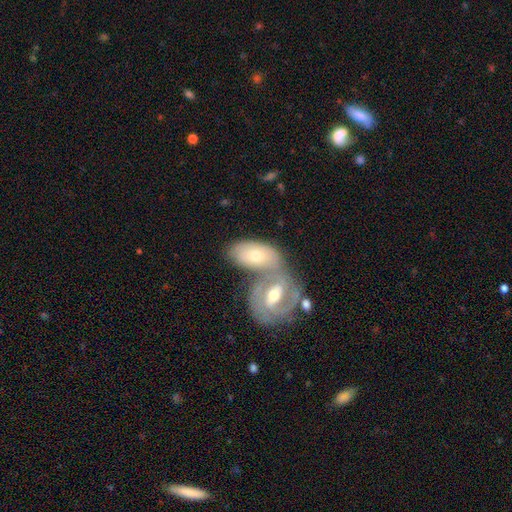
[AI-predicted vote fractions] A featured or disk galaxy (58%) with no bar (46%), spiral arms (71%) and a moderate central bulge (68%).

Vote fractions:
- Smooth or featured? featured or disk: 58% / smooth: 36% / star or artifact: 6%
- Edge-on disk? no: 91% / yes: 9%
- Bar? no: 46% / weak: 37% / strong: 18%
- Spiral arms? yes: 71% / no: 29%
- Bulge size? moderate: 68% / small: 26% / large: 4% / none: 1% / dominant: 1%
- Merging? merger: 60% / none: 26% / minor disturbance: 10% / major disturbance: 4%